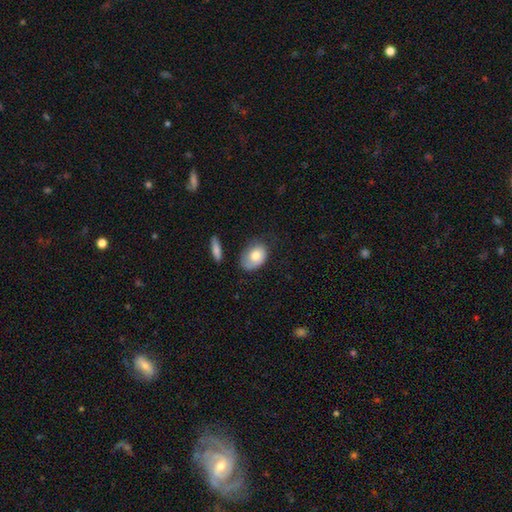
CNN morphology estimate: This is likely a smooth galaxy (72%). How rounded: likely in between (79%). Merging: possibly none (51%).